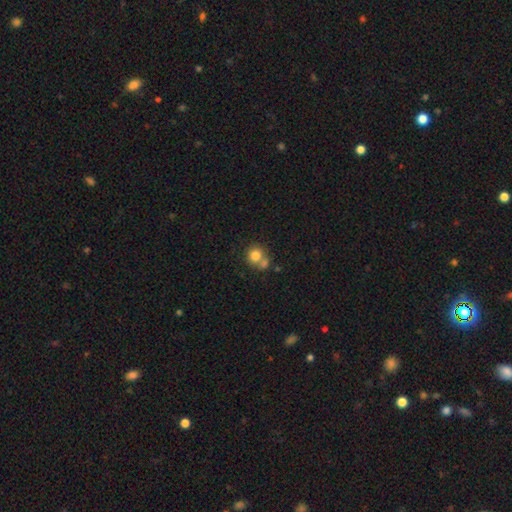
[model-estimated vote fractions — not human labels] Morphology: type=smooth (79%); roundness=round (85%); merging=none (47%).